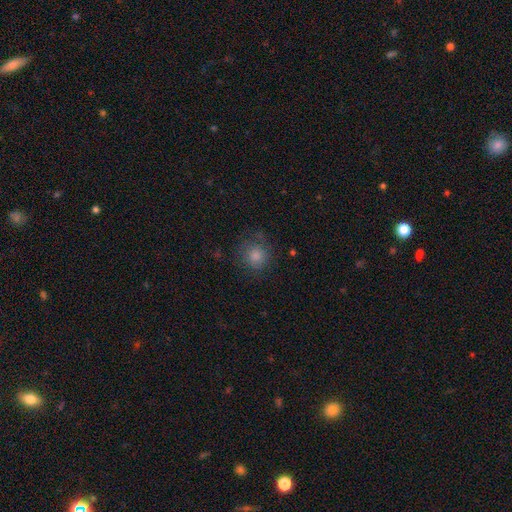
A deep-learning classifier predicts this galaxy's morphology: smooth-or-featured: smooth: 81% | star or artifact: 11% | featured or disk: 8%
  how-rounded: round: 90% | in between: 9% | cigar-shaped: 1%
  merging: none: 73% | minor disturbance: 17% | major disturbance: 8% | merger: 2%